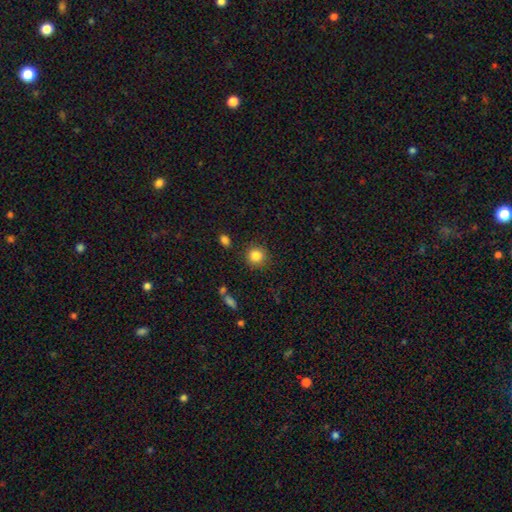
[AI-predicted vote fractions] This is clearly a smooth galaxy (85%). How rounded: clearly round (90%). Merging: clearly none (87%).